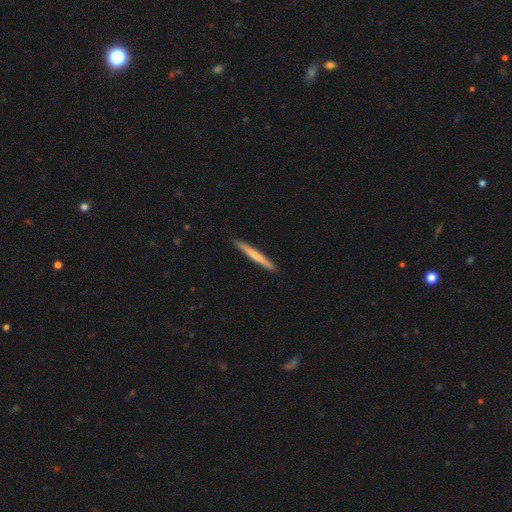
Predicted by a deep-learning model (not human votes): A smooth galaxy with no disk features (60%) that is cigar-shaped (97%). Merging: none (92%).